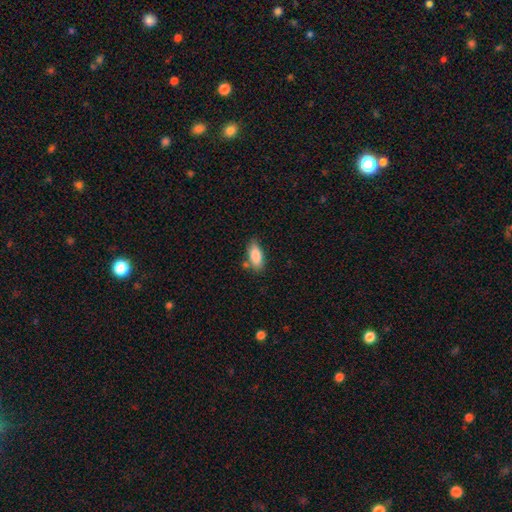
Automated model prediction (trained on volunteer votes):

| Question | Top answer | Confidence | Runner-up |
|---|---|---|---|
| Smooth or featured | smooth | 86% | featured or disk (7%) |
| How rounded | in between | 84% | cigar-shaped (13%) |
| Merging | none | 72% | minor disturbance (17%) |